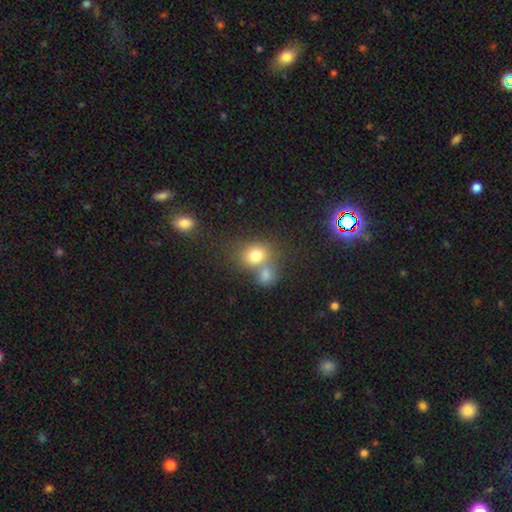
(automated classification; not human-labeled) A smooth galaxy with no disk features (77%) that is round (58%). Merging: merger (46%).